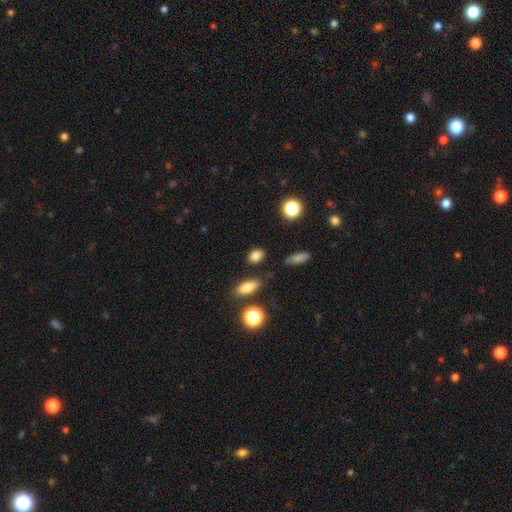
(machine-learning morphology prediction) This is clearly a smooth galaxy (83%). How rounded: likely in between (67%). Merging: clearly none (82%).